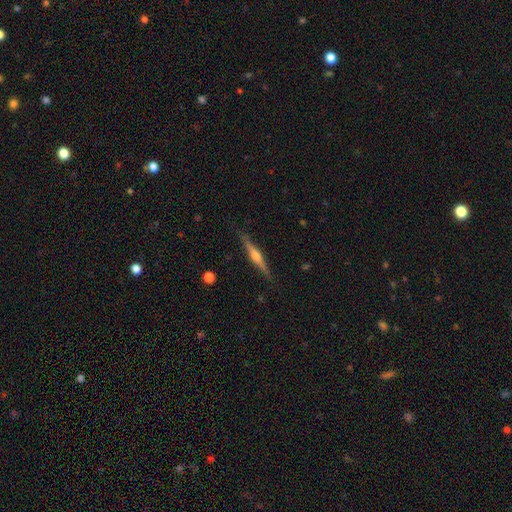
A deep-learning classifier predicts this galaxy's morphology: A featured or disk galaxy (75%) viewed edge-on (98%) with a rounded central bulge (88%).

Vote fractions:
- Smooth or featured? featured or disk: 75% / smooth: 19% / star or artifact: 6%
- Edge-on disk? yes: 98% / no: 2%
- Edge-on bulge? rounded: 88% / boxy: 7% / none: 5%
- Merging? none: 88% / minor disturbance: 9% / major disturbance: 2% / merger: 1%